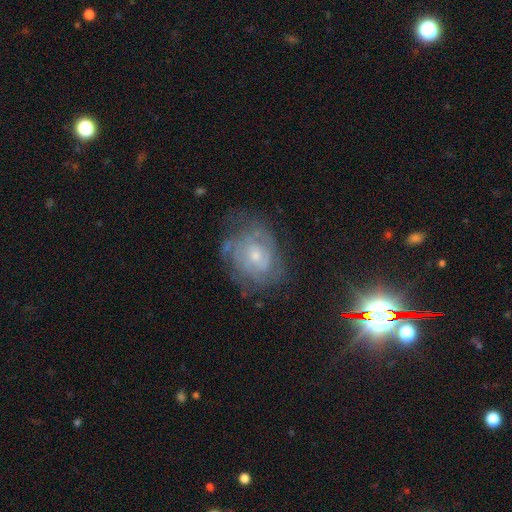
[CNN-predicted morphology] A featured or disk galaxy (74%) with no bar (73%), tight (62%) spiral arms (83%) and a small central bulge (60%). Merging: none (61%).